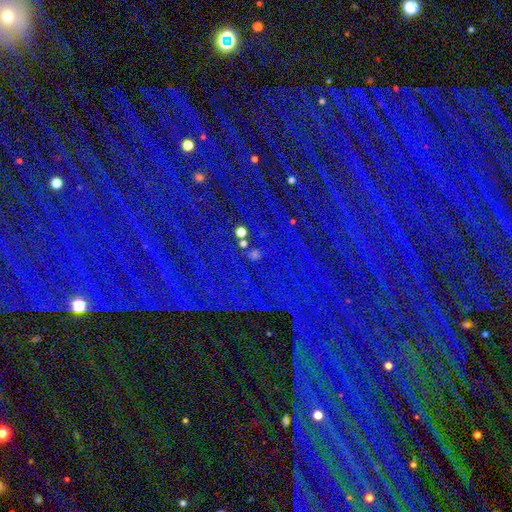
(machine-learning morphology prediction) star or artifact 88%, featured or disk 6%, smooth 5%.